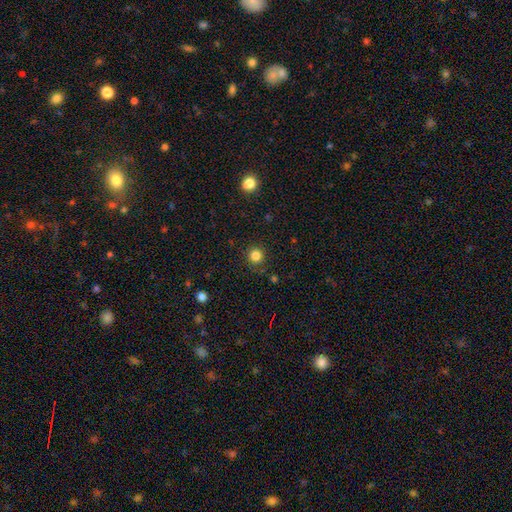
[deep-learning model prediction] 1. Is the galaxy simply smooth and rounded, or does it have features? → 83% smooth, 13% star or artifact, 4% featured or disk.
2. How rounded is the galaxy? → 94% round, 5% in between, 1% cigar-shaped.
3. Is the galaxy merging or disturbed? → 89% none, 7% minor disturbance, 2% major disturbance, 1% merger.